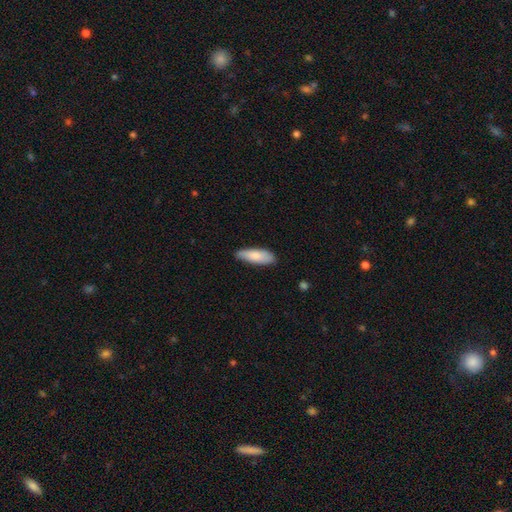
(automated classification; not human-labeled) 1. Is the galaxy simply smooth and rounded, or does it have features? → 82% smooth, 13% featured or disk, 5% star or artifact.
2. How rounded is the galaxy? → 60% in between, 39% cigar-shaped, 2% round.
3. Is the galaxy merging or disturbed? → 77% none, 19% minor disturbance, 3% major disturbance, 1% merger.